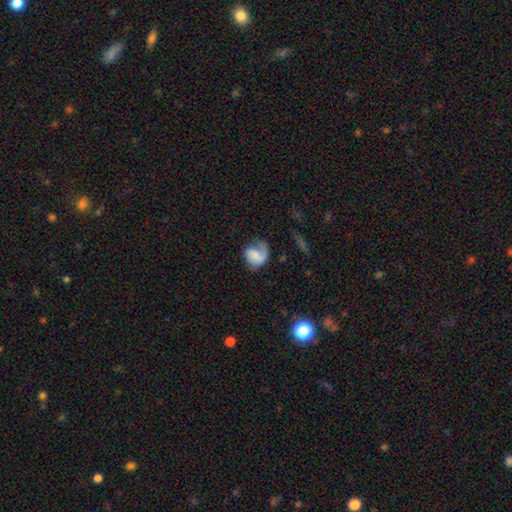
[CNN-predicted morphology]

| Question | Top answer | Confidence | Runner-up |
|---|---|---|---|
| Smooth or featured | smooth | 47% | featured or disk (45%) |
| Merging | none | 40% | major disturbance (32%) |